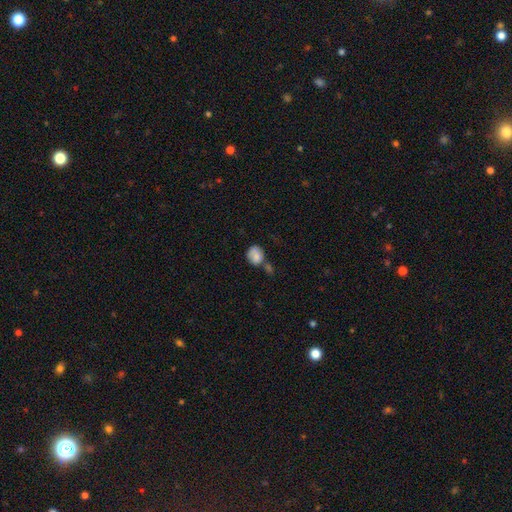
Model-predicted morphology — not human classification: smooth_or_featured: smooth (p=0.78) [alt: featured or disk p=0.13]
how_rounded: round (p=0.56) [alt: in between p=0.43]
merging: none (p=0.38) [alt: merger p=0.30]